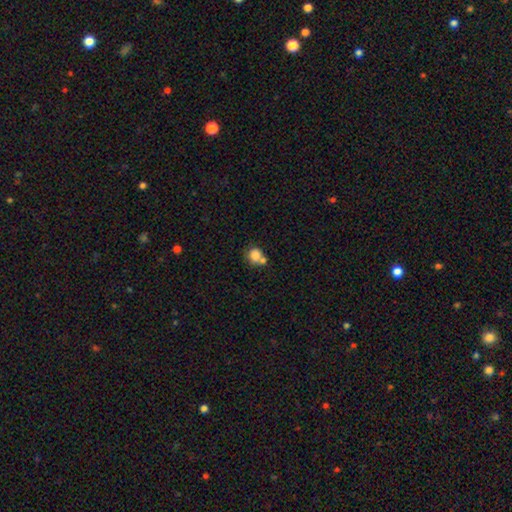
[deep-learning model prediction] Smooth or featured: smooth — 82% (star or artifact — 10%)
How rounded: round — 81% (in between — 18%)
Merging: none — 44% (merger — 39%)